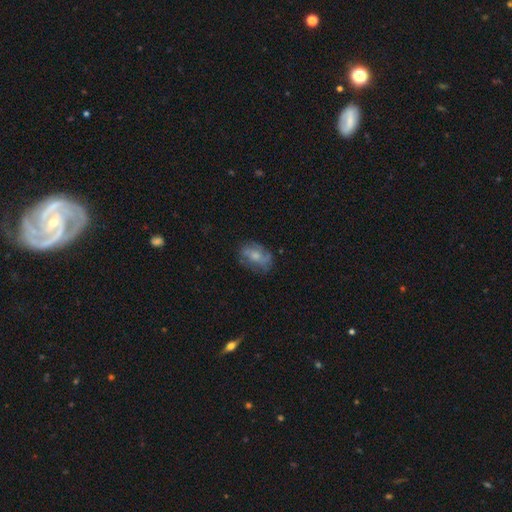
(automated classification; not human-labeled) Smooth or featured: featured or disk — 47% (smooth — 44%)
Merging: none — 63% (minor disturbance — 24%)